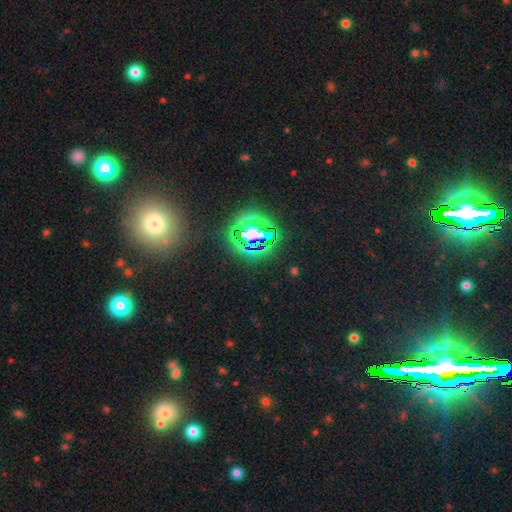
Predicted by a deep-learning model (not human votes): Smooth or featured? Predicted: star or artifact (p=0.79).